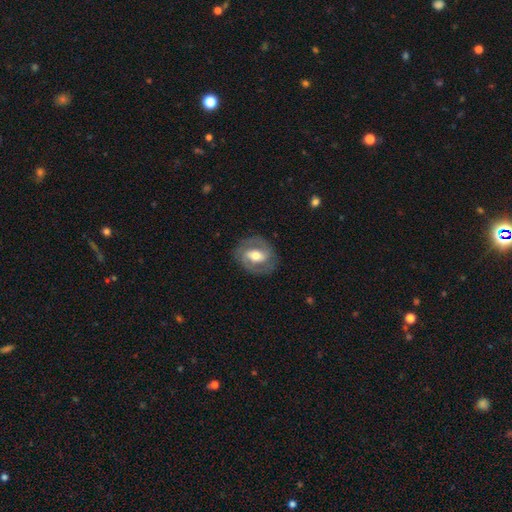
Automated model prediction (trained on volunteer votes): smooth-or-featured: featured or disk: 74% | smooth: 20% | star or artifact: 5%
  disk-edge-on: no: 96% | yes: 4%
    bar: weak: 40% | strong: 37% | no: 23%
    has-spiral-arms: yes: 82% | no: 18%
      spiral-winding: medium: 48% | tight: 37% | loose: 15%
      spiral-arm-count: 2: 87% | can't tell: 7% | 1: 3% | 3: 1% | 4: 1% | more than 4: 1%
    bulge-size: moderate: 69% | small: 16% | large: 13% | dominant: 1% | none: 1%
  merging: none: 82% | minor disturbance: 12% | major disturbance: 5% | merger: 1%